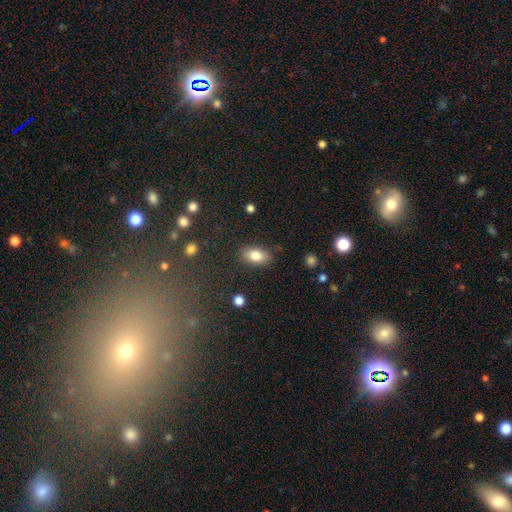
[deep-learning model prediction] Smooth or featured?
  - smooth: 82% *
  - featured or disk: 10%
  - star or artifact: 8%
How rounded?
  - in between: 89% *
  - round: 8%
  - cigar-shaped: 3%
Merging?
  - none: 85% *
  - minor disturbance: 11%
  - major disturbance: 3%
  - merger: 2%